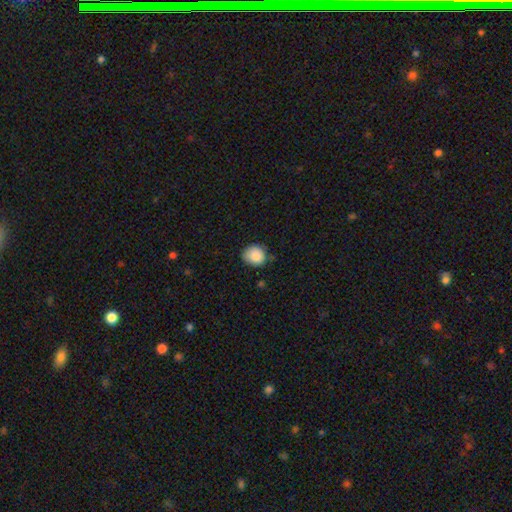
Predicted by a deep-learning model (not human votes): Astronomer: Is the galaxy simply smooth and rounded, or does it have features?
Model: smooth — 87%.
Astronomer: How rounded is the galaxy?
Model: round — 76%.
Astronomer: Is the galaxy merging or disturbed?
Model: none — 67%.